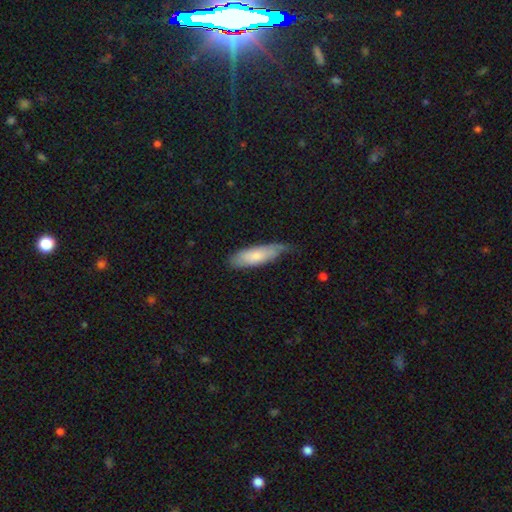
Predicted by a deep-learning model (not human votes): A smooth galaxy with no disk features (75%) that is in between round and cigar-shaped (52%). Merging: none (47%).